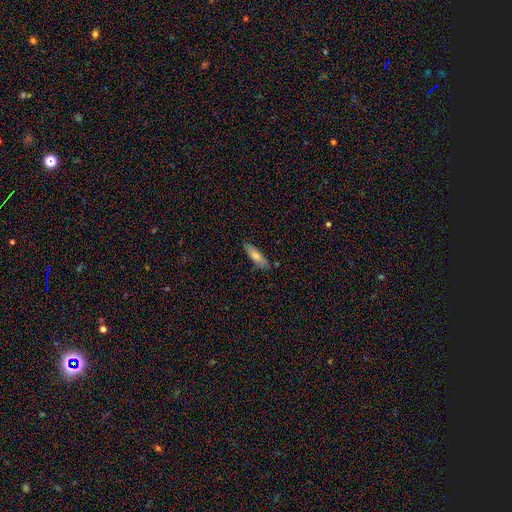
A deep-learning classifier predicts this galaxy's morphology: Q: Smooth or featured?
A: smooth (69%); runner-up: featured or disk (24%)
Q: How rounded?
A: cigar-shaped (60%); runner-up: in between (38%)
Q: Merging?
A: none (84%); runner-up: minor disturbance (12%)